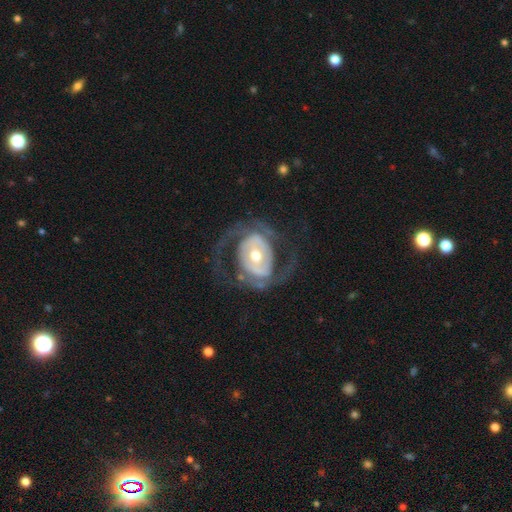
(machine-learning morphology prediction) A featured or disk galaxy (83%) with no bar (46%), 2 (79%) medium (43%) spiral arms (78%) and a moderate central bulge (64%).

Vote fractions:
- Smooth or featured? featured or disk: 83% / smooth: 13% / star or artifact: 5%
- Edge-on disk? no: 96% / yes: 4%
- Bar? no: 46% / weak: 32% / strong: 22%
- Spiral arms? yes: 78% / no: 22%
- Spiral winding? medium: 43% / tight: 29% / loose: 27%
- Spiral arm count? 2: 79% / can't tell: 10% / 1: 4% / 3: 3% / 4: 2% / more than 4: 2%
- Bulge size? moderate: 64% / small: 27% / large: 7% / dominant: 1% / none: 1%
- Merging? none: 62% / major disturbance: 23% / minor disturbance: 13% / merger: 2%